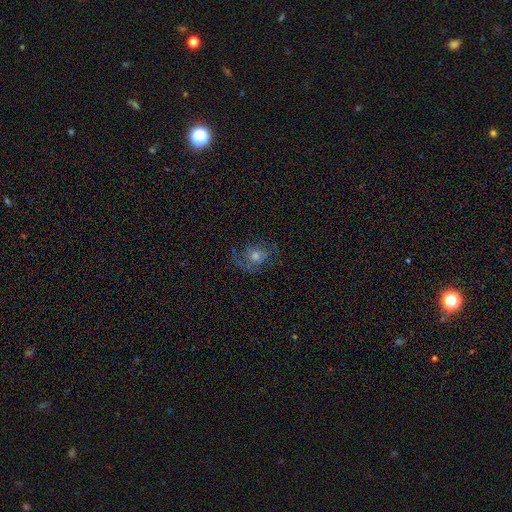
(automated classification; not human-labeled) smooth-or-featured: featured or disk: 58% | smooth: 27% | star or artifact: 16%
  disk-edge-on: no: 96% | yes: 4%
    bar: no: 75% | weak: 21% | strong: 4%
    has-spiral-arms: yes: 75% | no: 25%
    bulge-size: moderate: 51% | small: 37% | large: 7% | none: 3% | dominant: 2%
  merging: none: 65% | minor disturbance: 18% | major disturbance: 16% | merger: 2%